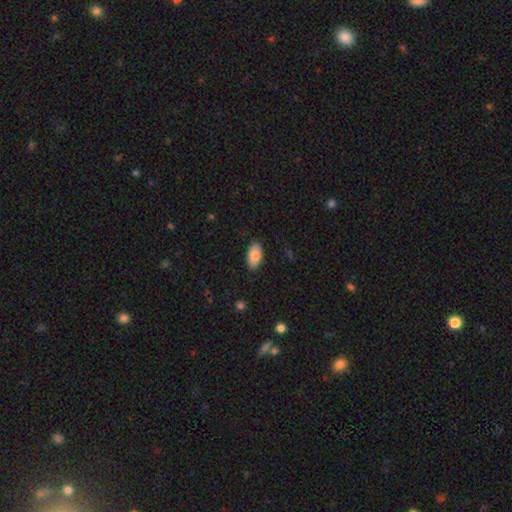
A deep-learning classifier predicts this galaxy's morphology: Q: Smooth or featured?
A: smooth (81%); runner-up: featured or disk (13%)
Q: How rounded?
A: in between (93%); runner-up: round (3%)
Q: Merging?
A: none (87%); runner-up: minor disturbance (10%)